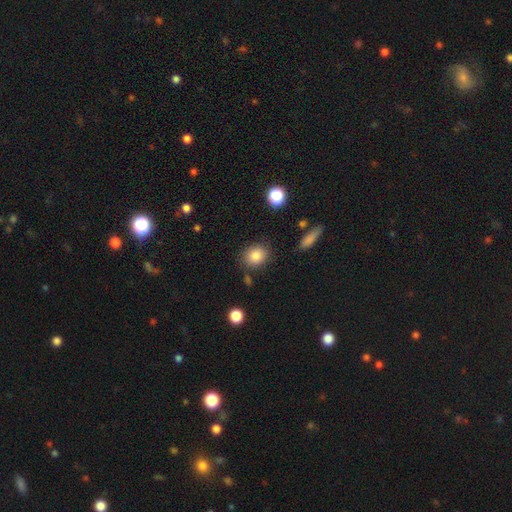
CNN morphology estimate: Smooth or featured?
  - smooth: 84% *
  - star or artifact: 9%
  - featured or disk: 7%
How rounded?
  - round: 61% *
  - in between: 38%
  - cigar-shaped: 1%
Merging?
  - none: 81% *
  - minor disturbance: 12%
  - merger: 4%
  - major disturbance: 3%